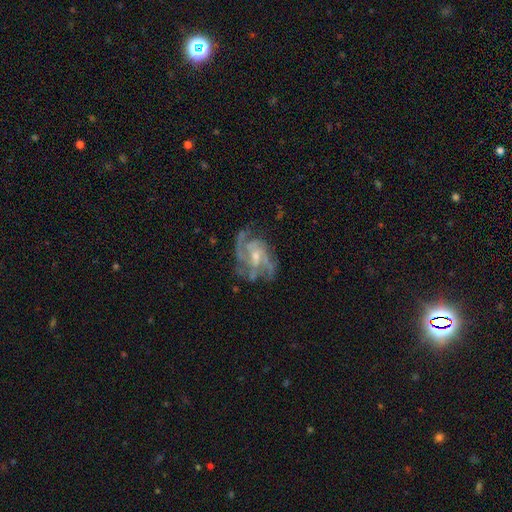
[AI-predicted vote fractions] Q: Smooth or featured?
A: featured or disk (87%); runner-up: star or artifact (7%)
Q: Edge-on disk?
A: no (98%); runner-up: yes (2%)
Q: Bar?
A: no (47%); runner-up: weak (42%)
Q: Spiral arms?
A: yes (96%); runner-up: no (4%)
Q: Spiral winding?
A: medium (48%); runner-up: tight (39%)
Q: Spiral arm count?
A: 3 (35%); runner-up: 2 (23%)
Q: Bulge size?
A: small (54%); runner-up: moderate (39%)
Q: Merging?
A: none (67%); runner-up: minor disturbance (19%)